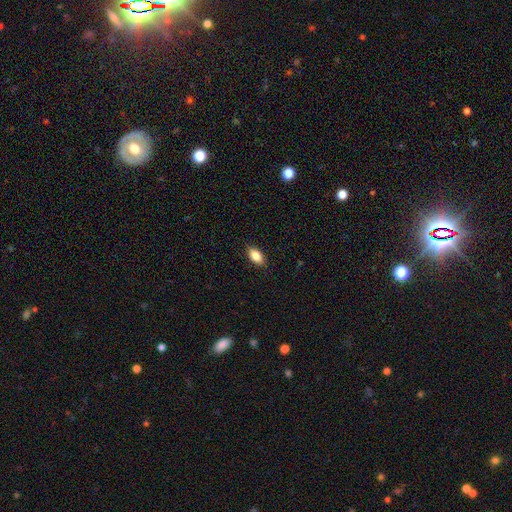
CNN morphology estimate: The model was most divided on "smooth or featured": smooth: 84%, featured or disk: 8%, star or artifact: 7%. More confident: how rounded — in between (91%); merging — none (88%).